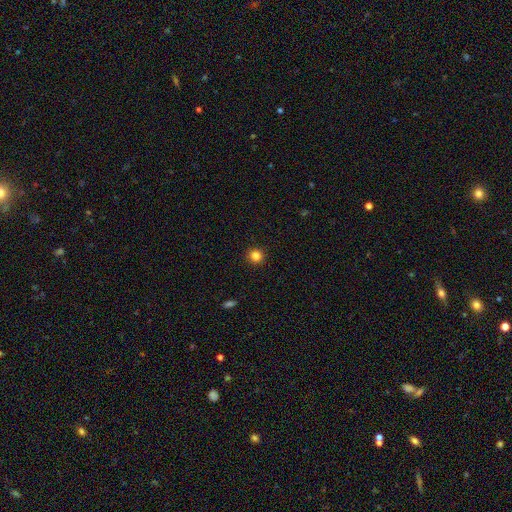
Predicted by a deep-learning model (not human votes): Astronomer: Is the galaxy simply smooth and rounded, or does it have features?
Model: smooth — 84%.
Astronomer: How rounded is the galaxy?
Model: round — 92%.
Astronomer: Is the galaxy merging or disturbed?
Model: none — 92%.